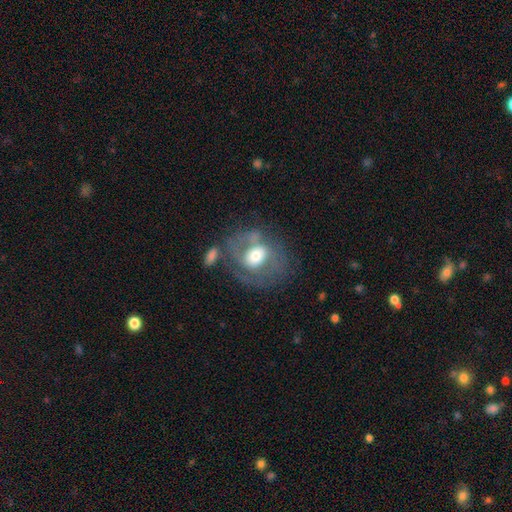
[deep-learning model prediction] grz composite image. It shows a featured or disk galaxy (58%) with no bar (60%), spiral arms (52%) and a moderate central bulge (56%). Merging: none (47%).